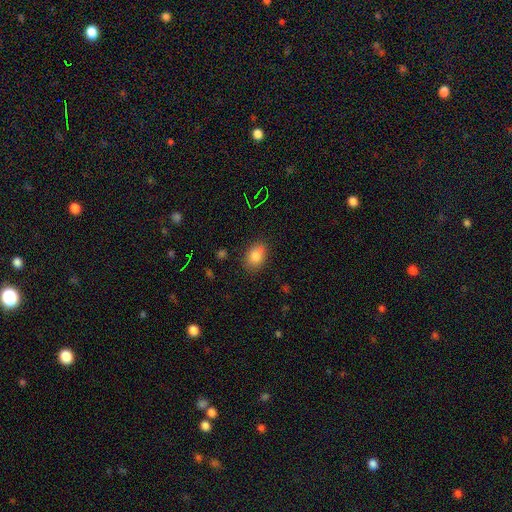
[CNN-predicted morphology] The model was most divided on "how rounded": in between: 75%, round: 24%, cigar-shaped: 1%. More confident: smooth or featured — smooth (83%); merging — none (80%).